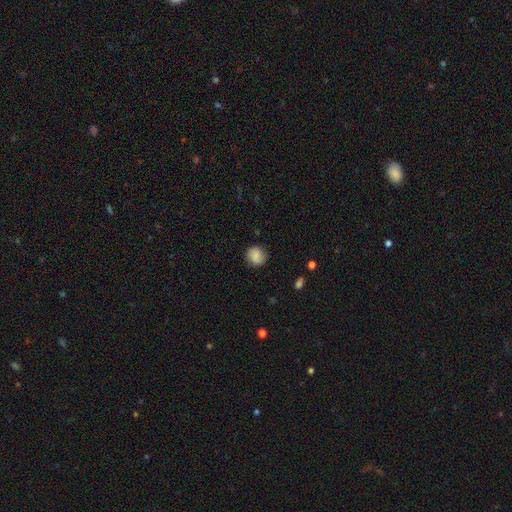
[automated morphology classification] Smooth or featured? Predicted: smooth (p=0.84). How rounded? Predicted: round (p=0.88). Merging? Predicted: none (p=0.85).